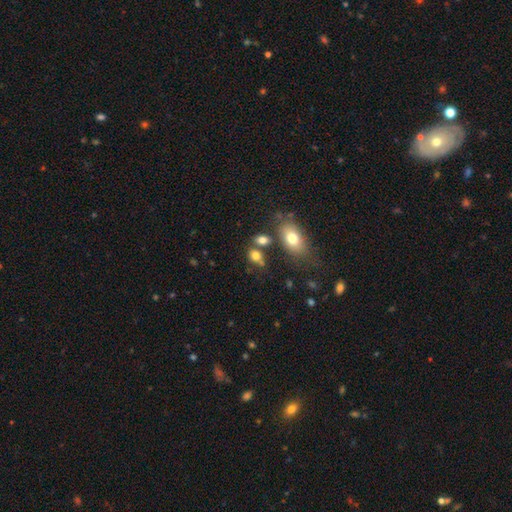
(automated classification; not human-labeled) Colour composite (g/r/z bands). It shows a smooth galaxy with no disk features (79%) that is in between round and cigar-shaped (72%). Merging: none (55%).